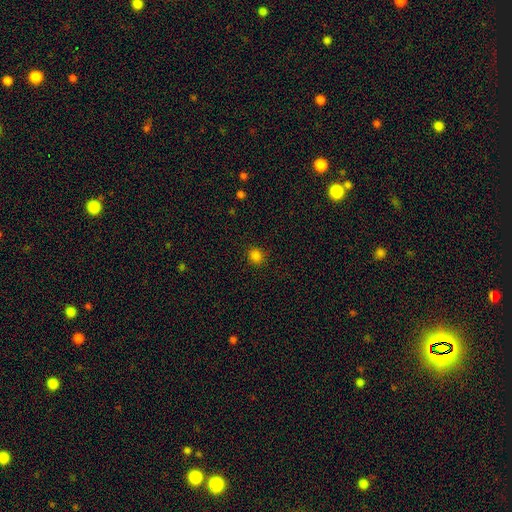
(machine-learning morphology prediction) The model was most divided on "how rounded": round: 80%, in between: 19%, cigar-shaped: 1%. More confident: merging — none (89%); smooth or featured — smooth (82%).